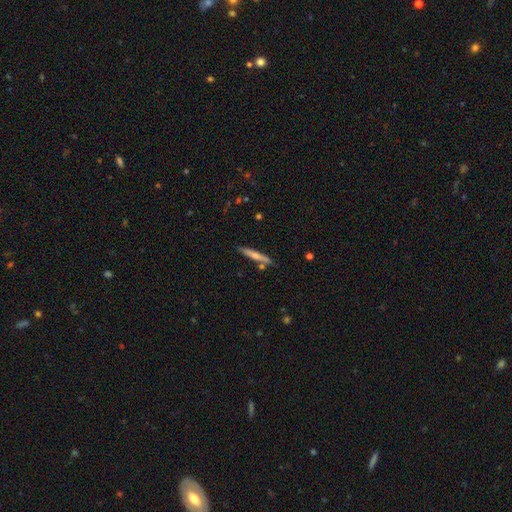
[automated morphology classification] Q: Smooth or featured?
A: smooth (52%); runner-up: featured or disk (42%)
Q: How rounded?
A: cigar-shaped (94%); runner-up: in between (5%)
Q: Merging?
A: none (81%); runner-up: minor disturbance (11%)